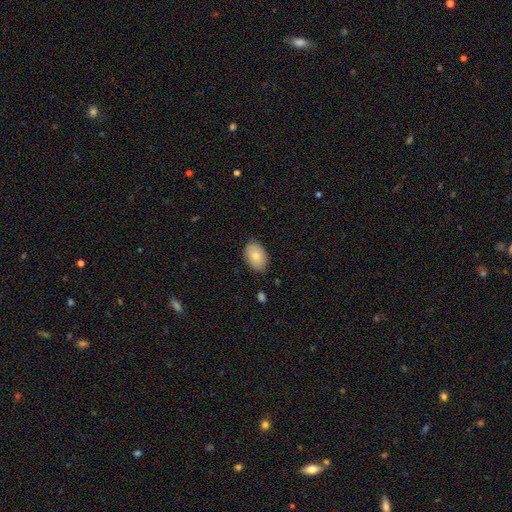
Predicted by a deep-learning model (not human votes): Smooth or featured?
  - smooth: 80% *
  - featured or disk: 13%
  - star or artifact: 7%
How rounded?
  - in between: 88% *
  - round: 11%
  - cigar-shaped: 1%
Merging?
  - none: 83% *
  - minor disturbance: 13%
  - major disturbance: 2%
  - merger: 1%